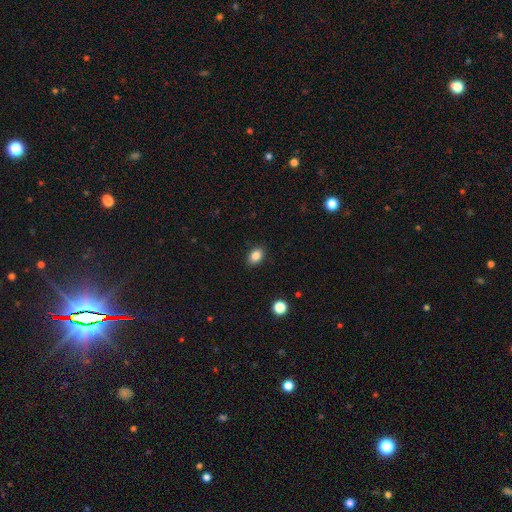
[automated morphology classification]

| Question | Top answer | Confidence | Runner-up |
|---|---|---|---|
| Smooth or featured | smooth | 86% | star or artifact (10%) |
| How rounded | in between | 78% | round (21%) |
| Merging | none | 88% | minor disturbance (8%) |